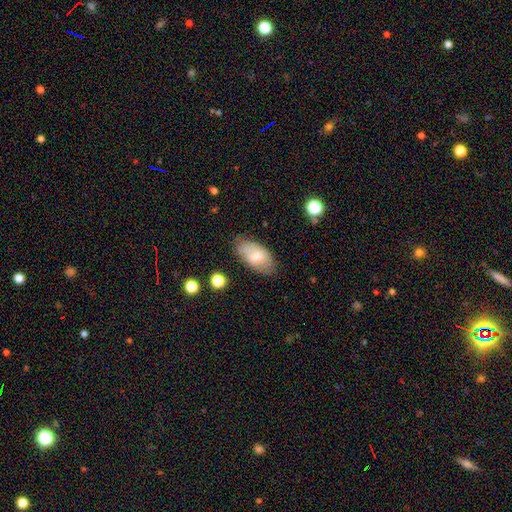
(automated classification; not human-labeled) A smooth galaxy with no disk features (69%) that is in between round and cigar-shaped (94%). Merging: none (70%).